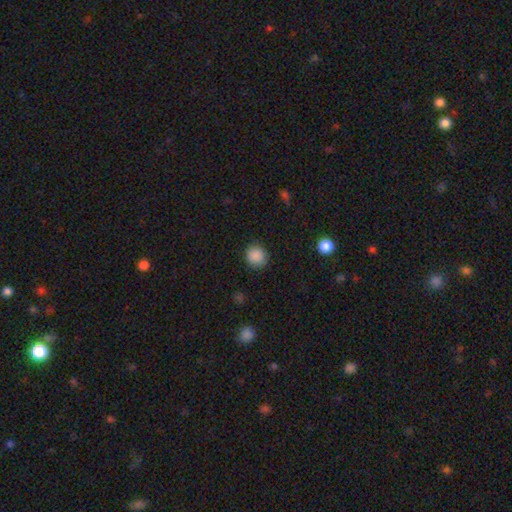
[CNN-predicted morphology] Q: Smooth or featured?
A: smooth (88%); runner-up: star or artifact (9%)
Q: How rounded?
A: round (90%); runner-up: in between (9%)
Q: Merging?
A: none (90%); runner-up: minor disturbance (7%)